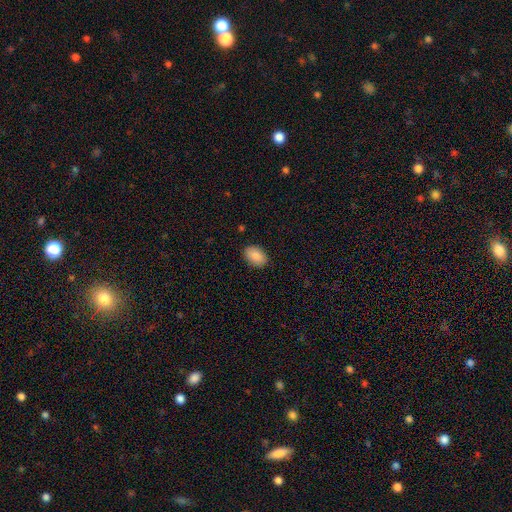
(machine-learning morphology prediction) A smooth galaxy with no disk features (87%) that is in between round and cigar-shaped (86%).

Vote fractions:
- Smooth or featured? smooth: 87% / star or artifact: 7% / featured or disk: 5%
- How rounded? in between: 86% / round: 13% / cigar-shaped: 1%
- Merging? none: 88% / minor disturbance: 9% / major disturbance: 2% / merger: 1%